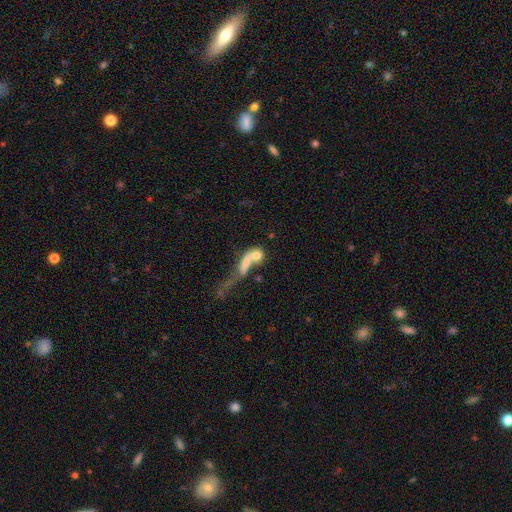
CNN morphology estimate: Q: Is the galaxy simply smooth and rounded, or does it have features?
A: smooth — 58%.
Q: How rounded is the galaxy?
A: in between — 45%.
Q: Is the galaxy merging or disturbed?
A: merger — 51%.